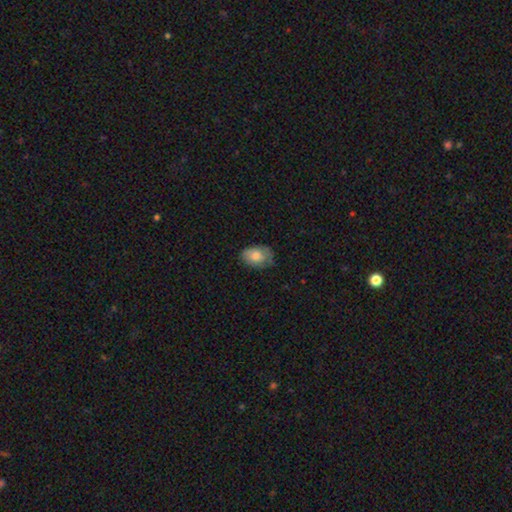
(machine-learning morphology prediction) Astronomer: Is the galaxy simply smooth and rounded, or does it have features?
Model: smooth — 73%.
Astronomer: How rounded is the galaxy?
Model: in between — 79%.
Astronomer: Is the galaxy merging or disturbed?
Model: none — 64%.